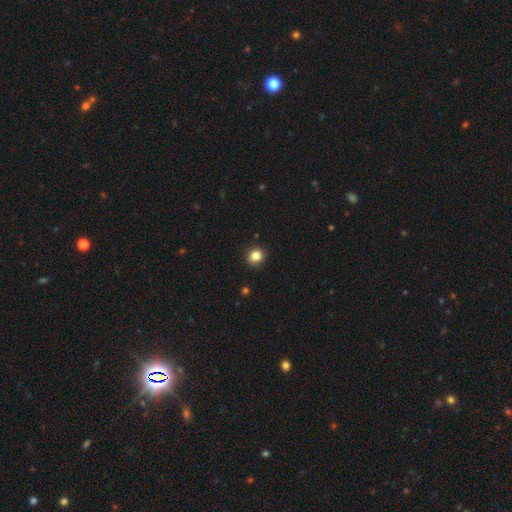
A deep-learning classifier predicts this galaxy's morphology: smooth_or_featured: smooth (p=0.85) [alt: star or artifact p=0.11]
how_rounded: round (p=0.84) [alt: in between p=0.15]
merging: none (p=0.91) [alt: minor disturbance p=0.06]